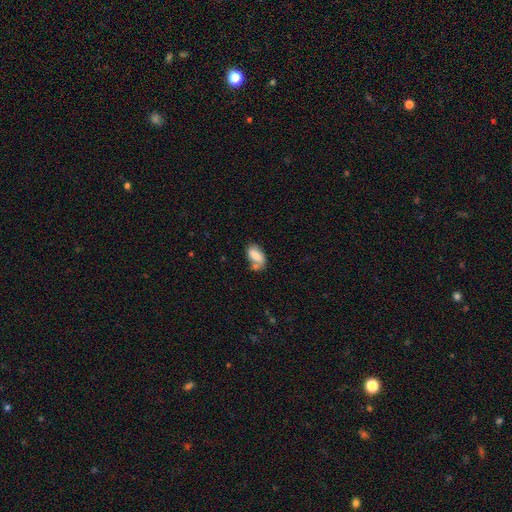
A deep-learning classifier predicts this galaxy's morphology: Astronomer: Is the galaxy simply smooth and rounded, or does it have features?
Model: smooth — 79%.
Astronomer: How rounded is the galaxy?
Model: in between — 90%.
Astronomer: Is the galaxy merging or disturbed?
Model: none — 44% (runner-up: merger, 27%).